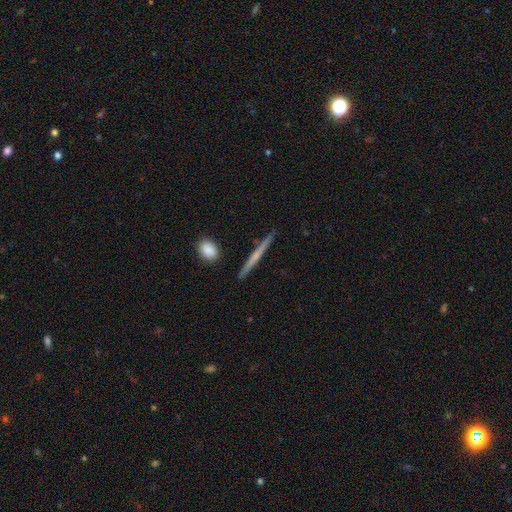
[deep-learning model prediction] smooth-or-featured: featured or disk: 50% | smooth: 44% | star or artifact: 6%
  disk-edge-on: yes: 97% | no: 3%
  merging: none: 90% | minor disturbance: 7% | merger: 2% | major disturbance: 1%